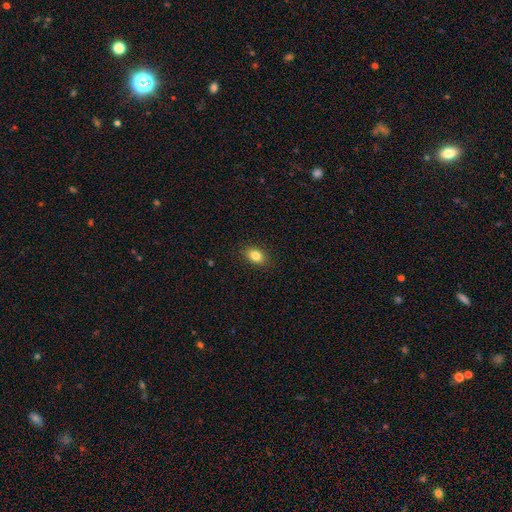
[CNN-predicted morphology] A smooth galaxy with no disk features (84%) that is in between round and cigar-shaped (80%). Merging: none (89%).